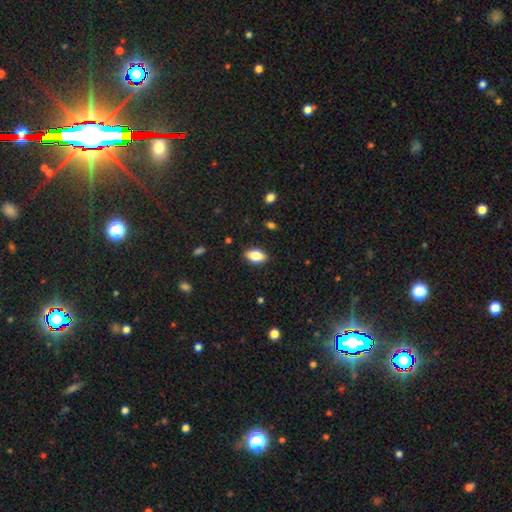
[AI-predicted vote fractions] Smooth or featured: smooth — 81% (featured or disk — 11%)
How rounded: in between — 90% (round — 5%)
Merging: none — 87% (minor disturbance — 10%)